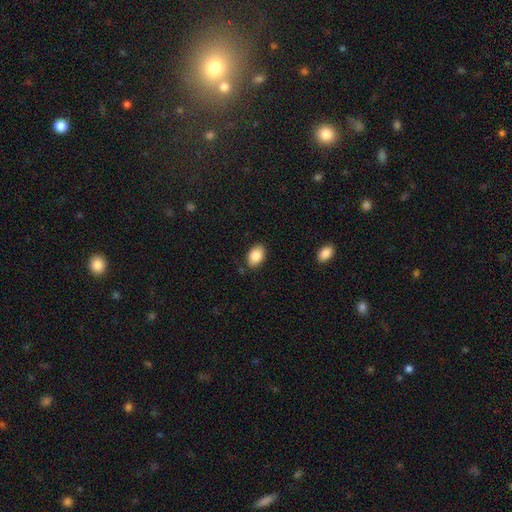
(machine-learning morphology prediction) A smooth galaxy with no disk features (86%) that is in between round and cigar-shaped (88%). Merging: none (83%).